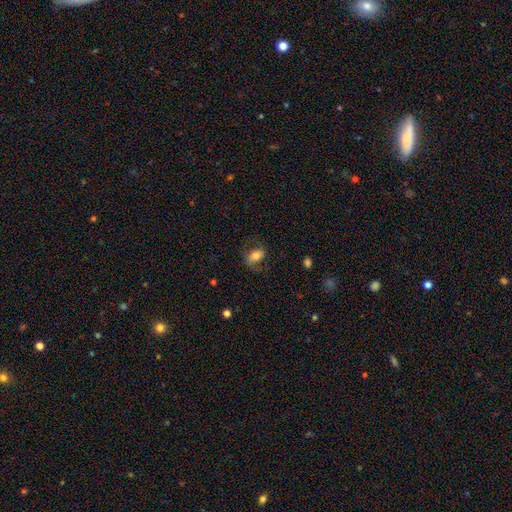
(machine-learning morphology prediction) Smooth or featured?
  - smooth: 63% *
  - featured or disk: 29%
  - star or artifact: 8%
How rounded?
  - in between: 80% *
  - round: 17%
  - cigar-shaped: 3%
Merging?
  - none: 68% *
  - minor disturbance: 19%
  - major disturbance: 13%
  - merger: 1%